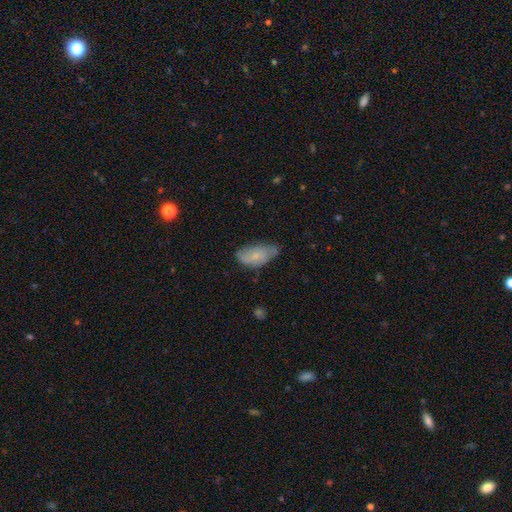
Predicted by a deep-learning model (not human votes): Morphology: type=smooth (63%); roundness=in between (91%); merging=none (49%).